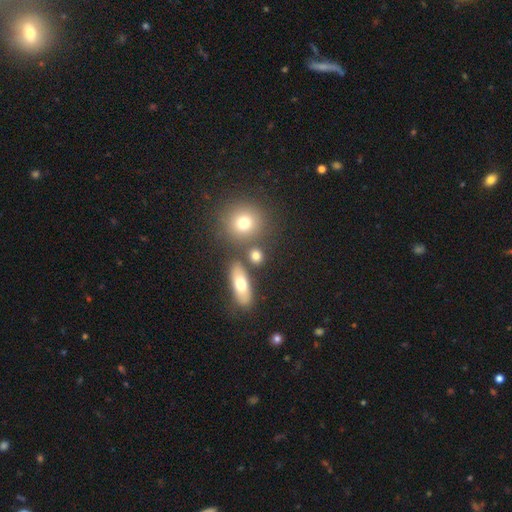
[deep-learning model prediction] smooth-or-featured: smooth: 74% | star or artifact: 13% | featured or disk: 13%
  how-rounded: round: 62% | in between: 31% | cigar-shaped: 7%
  merging: none: 73% | merger: 14% | minor disturbance: 9% | major disturbance: 4%